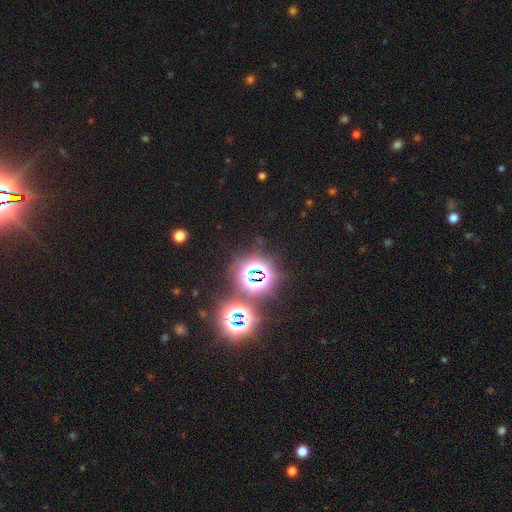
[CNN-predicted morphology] Smooth or featured?
  - star or artifact: 81% *
  - smooth: 12%
  - featured or disk: 6%